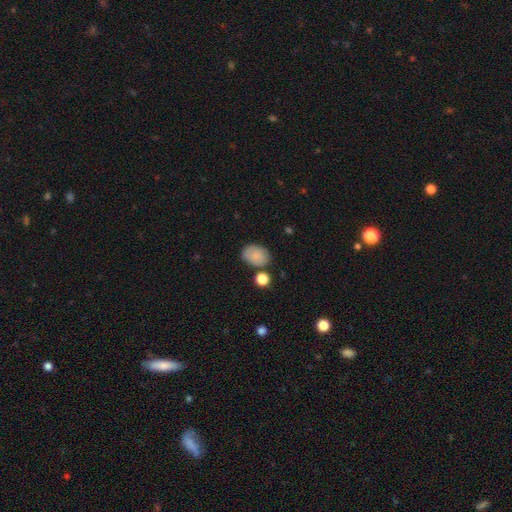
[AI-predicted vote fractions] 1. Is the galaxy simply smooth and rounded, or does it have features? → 84% smooth, 8% star or artifact, 7% featured or disk.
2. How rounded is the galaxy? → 73% in between, 26% round, 1% cigar-shaped.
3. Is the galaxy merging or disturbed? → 72% none, 17% minor disturbance, 7% merger, 5% major disturbance.